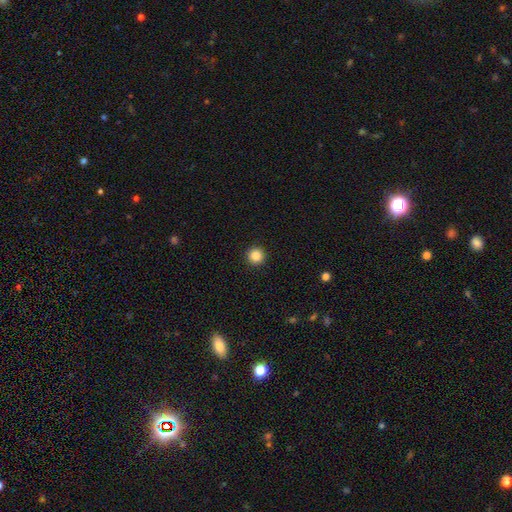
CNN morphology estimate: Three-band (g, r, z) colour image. It shows a smooth galaxy with no disk features (86%) that is round (96%). Merging: none (94%).